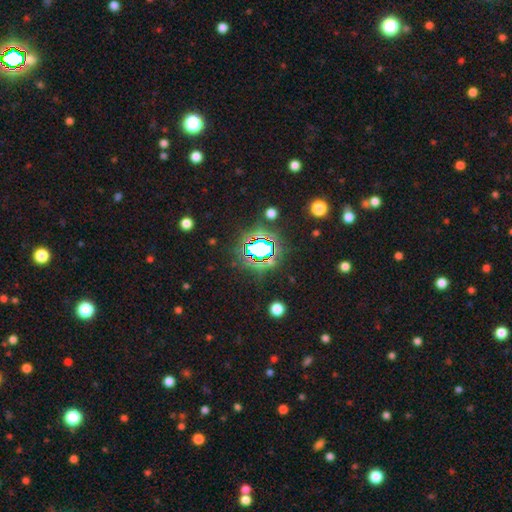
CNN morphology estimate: This is likely a star or artifact rather than a galaxy (73%).